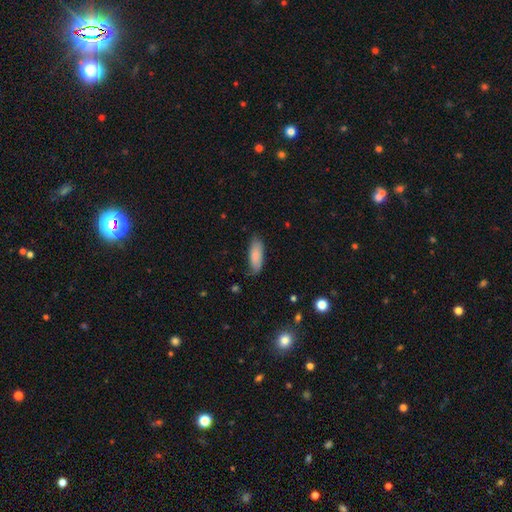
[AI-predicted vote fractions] A smooth galaxy with no disk features (82%) that is in between round and cigar-shaped (74%). Merging: none (68%).